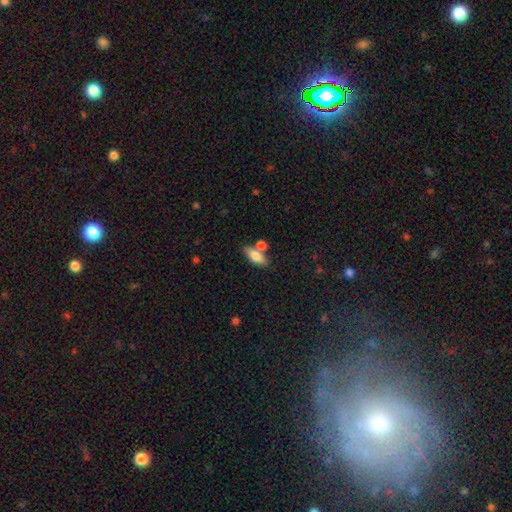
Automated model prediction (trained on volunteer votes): Q: Smooth or featured?
A: smooth (76%); runner-up: featured or disk (17%)
Q: How rounded?
A: in between (73%); runner-up: cigar-shaped (23%)
Q: Merging?
A: none (58%); runner-up: merger (26%)